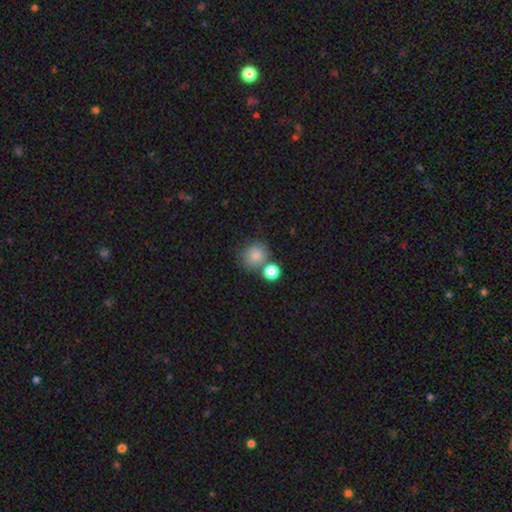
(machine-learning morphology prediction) This appears to be a smooth galaxy with no disk features (80%) that is round (85%). Merging: none (61%).